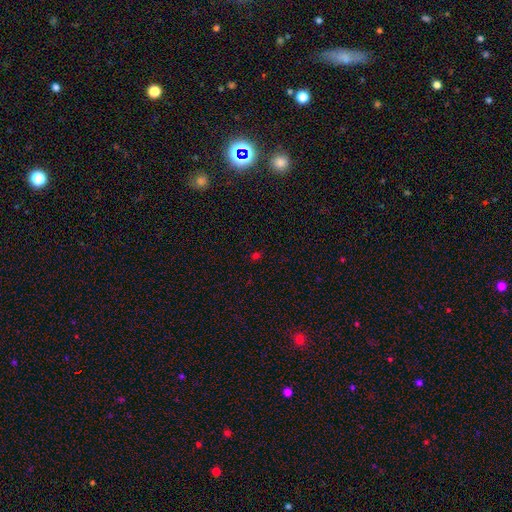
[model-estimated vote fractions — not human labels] A smooth galaxy with no disk features (50%). Merging: none (81%).